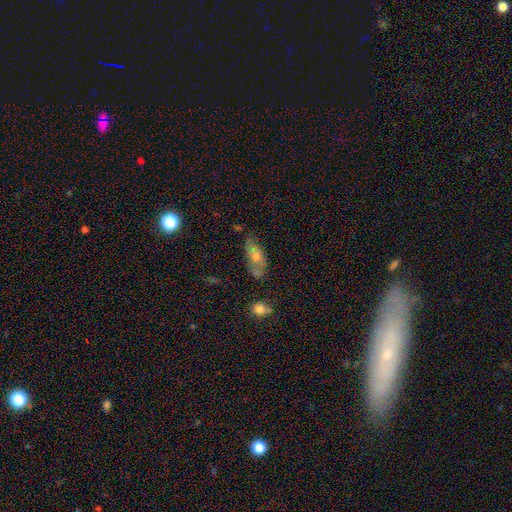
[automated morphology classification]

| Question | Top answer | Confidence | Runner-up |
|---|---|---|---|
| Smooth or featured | smooth | 52% | featured or disk (36%) |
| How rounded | in between | 79% | cigar-shaped (15%) |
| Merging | none | 49% | minor disturbance (28%) |